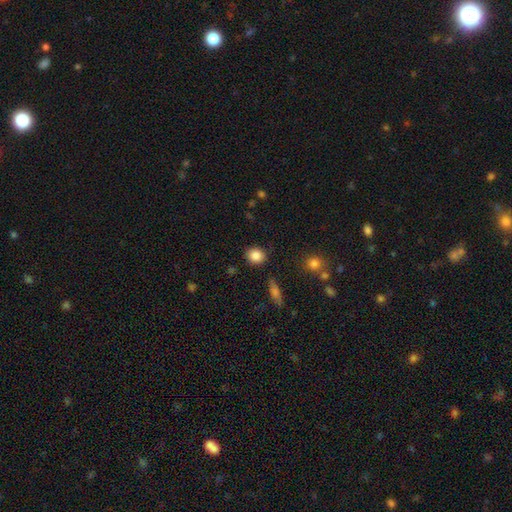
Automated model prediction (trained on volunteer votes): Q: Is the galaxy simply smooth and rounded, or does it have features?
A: smooth — 85%.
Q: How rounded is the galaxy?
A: round — 76%.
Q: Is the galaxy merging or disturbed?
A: none — 88%.